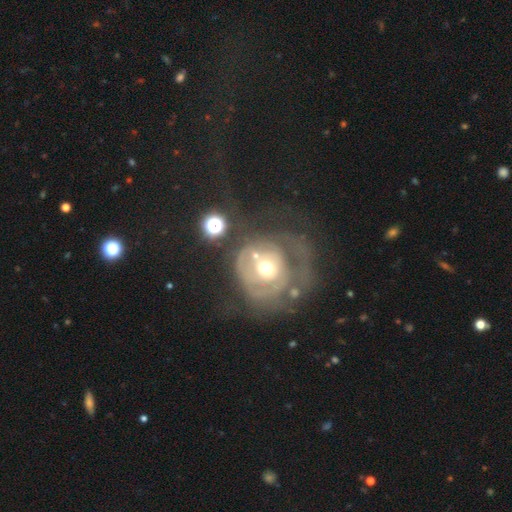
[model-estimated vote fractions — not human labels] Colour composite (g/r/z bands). It shows a featured or disk galaxy (60%) with no bar (83%), no spiral arms (56%) and a moderate central bulge (66%). Merging: major disturbance (43%).